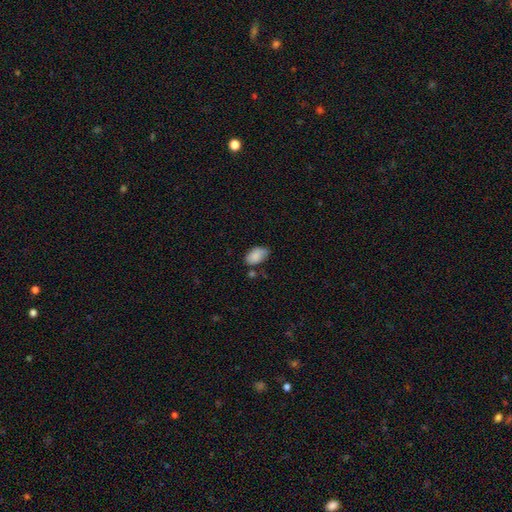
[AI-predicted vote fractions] The model was most divided on "merging": none: 61%, minor disturbance: 27%, merger: 6%, major disturbance: 6%. More confident: how rounded — in between (92%); smooth or featured — smooth (85%).